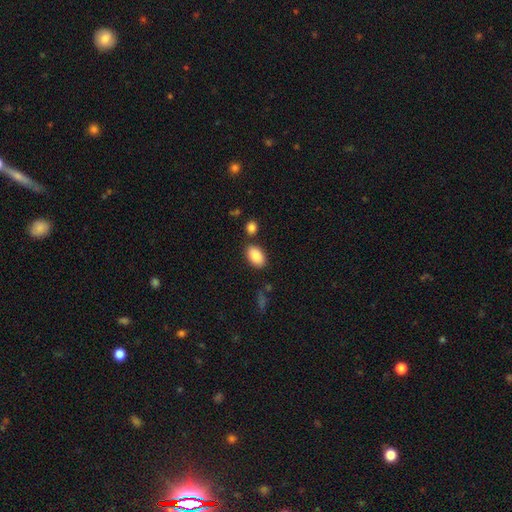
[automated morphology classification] The model was most divided on "merging": none: 81%, minor disturbance: 10%, merger: 7%, major disturbance: 3%. More confident: how rounded — in between (92%); smooth or featured — smooth (87%).